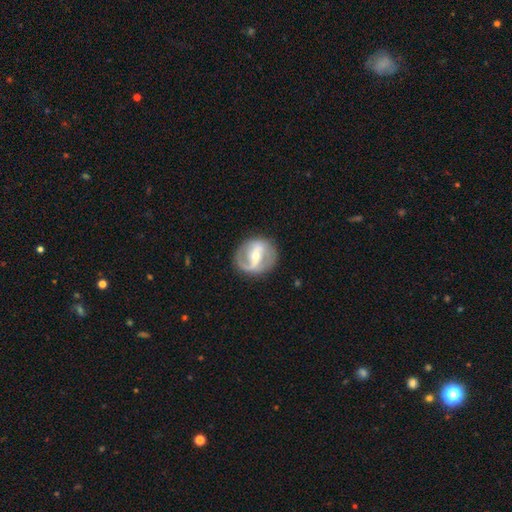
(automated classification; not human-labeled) smooth_or_featured: featured or disk (p=0.81) [alt: smooth p=0.14]
disk_edge_on: no (p=0.96) [alt: yes p=0.04]
bar: strong (p=0.51) [alt: weak p=0.33]
has_spiral_arms: yes (p=0.82) [alt: no p=0.18]
spiral_winding: medium (p=0.43) [alt: loose p=0.33]
spiral_arm_count: 2 (p=0.78) [alt: 1 p=0.11]
bulge_size: moderate (p=0.53) [alt: small p=0.43]
merging: none (p=0.79) [alt: minor disturbance p=0.13]